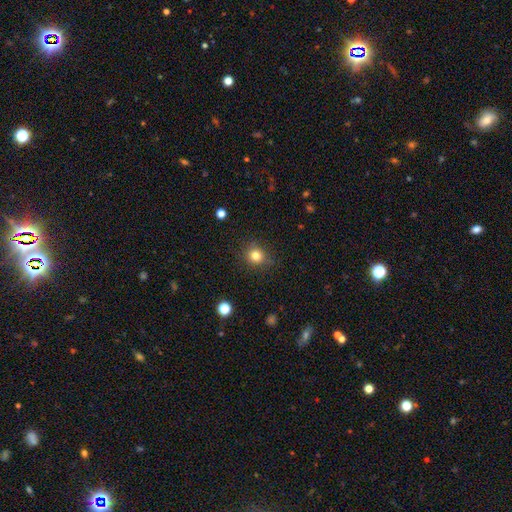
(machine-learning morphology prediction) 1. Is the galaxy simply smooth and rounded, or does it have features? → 81% smooth, 12% star or artifact, 6% featured or disk.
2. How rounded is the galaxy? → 82% round, 17% in between, 1% cigar-shaped.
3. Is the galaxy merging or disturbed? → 84% none, 11% minor disturbance, 3% major disturbance, 1% merger.